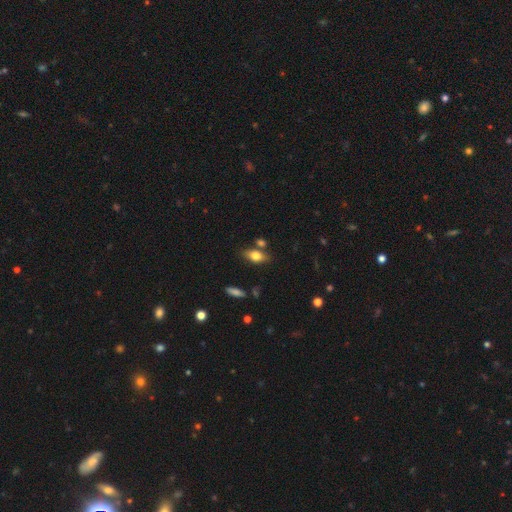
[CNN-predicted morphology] Smooth or featured: smooth — 76% (featured or disk — 16%)
How rounded: in between — 85% (cigar-shaped — 8%)
Merging: none — 70% (minor disturbance — 14%)